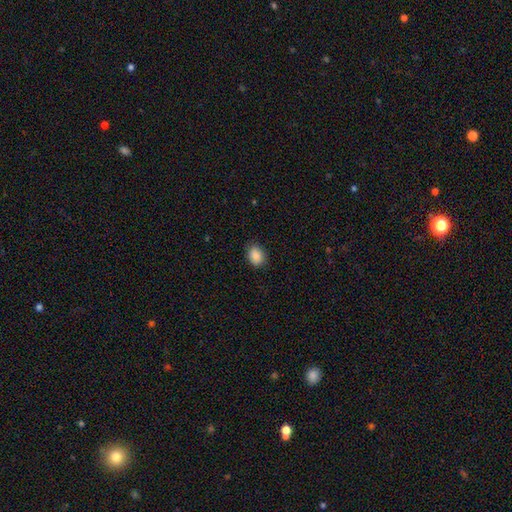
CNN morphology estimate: A smooth galaxy with no disk features (88%) that is in between round and cigar-shaped (67%). Merging: none (83%).